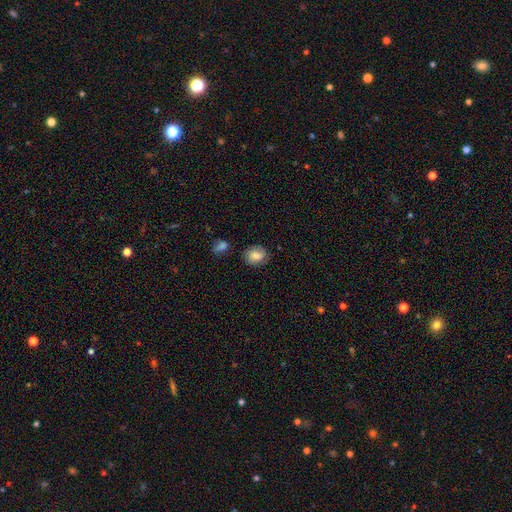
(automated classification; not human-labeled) This is likely a smooth galaxy (75%). How rounded: possibly round (55%). Merging: likely none (77%).